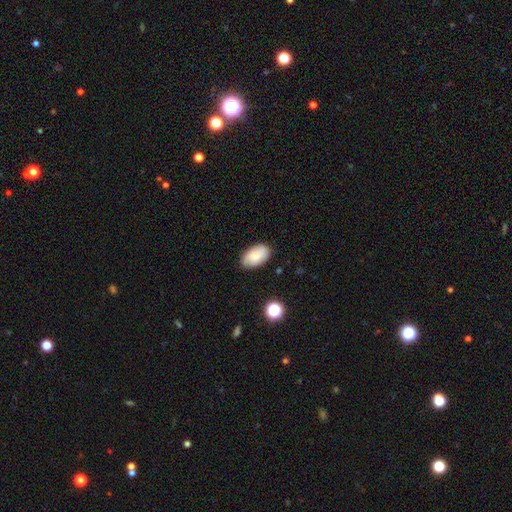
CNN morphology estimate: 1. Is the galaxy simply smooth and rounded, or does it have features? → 78% smooth, 14% featured or disk, 8% star or artifact.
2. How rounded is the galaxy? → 93% in between, 5% round, 1% cigar-shaped.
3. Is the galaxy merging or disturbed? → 83% none, 13% minor disturbance, 3% major disturbance, 2% merger.